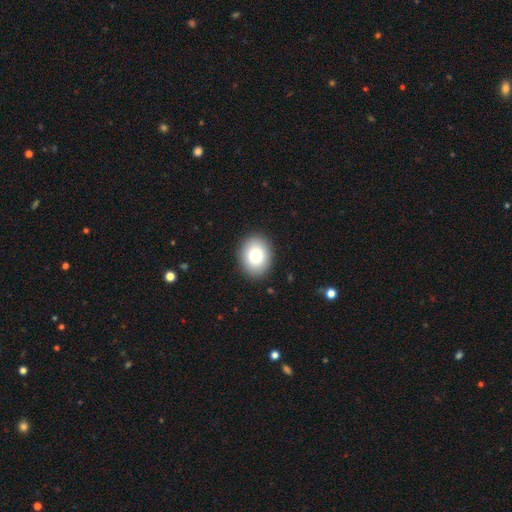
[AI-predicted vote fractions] Q: Smooth or featured?
A: smooth (80%); runner-up: featured or disk (11%)
Q: How rounded?
A: in between (60%); runner-up: round (39%)
Q: Merging?
A: none (90%); runner-up: minor disturbance (7%)